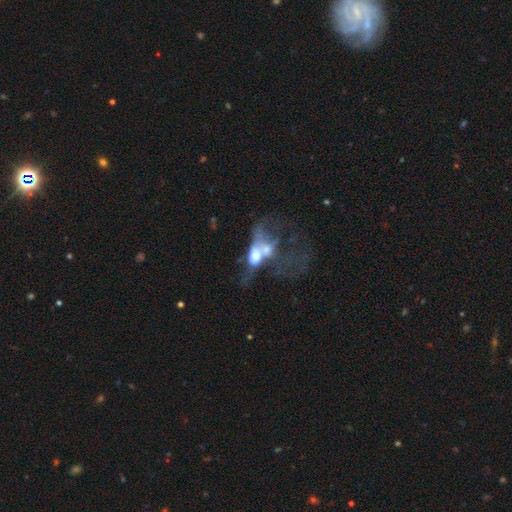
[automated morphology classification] This is possibly a featured or disk galaxy (47%). Merging: likely merger (61%).